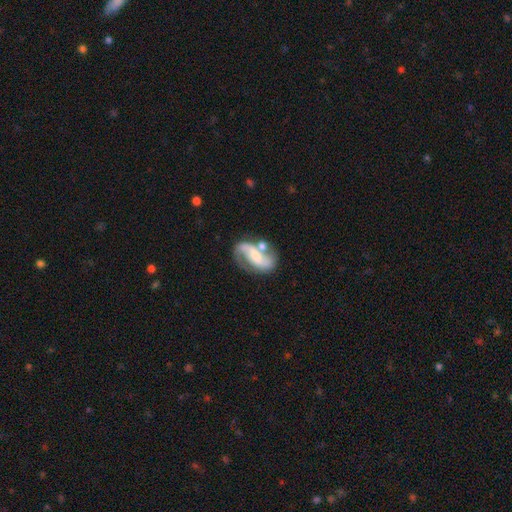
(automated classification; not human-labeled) Smooth or featured?
  - featured or disk: 79% *
  - smooth: 15%
  - star or artifact: 6%
Edge-on disk?
  - no: 97% *
  - yes: 3%
Bar?
  - strong: 39% *
  - weak: 34%
  - no: 27%
Spiral arms?
  - yes: 92% *
  - no: 8%
Spiral winding?
  - medium: 42% *
  - loose: 41%
  - tight: 17%
Spiral arm count?
  - 2: 84% *
  - 1: 9%
  - can't tell: 4%
  - 3: 1%
  - 4: 1%
  - more than 4: 1%
Bulge size?
  - small: 38% *
  - moderate: 36%
  - none: 14%
  - large: 10%
  - dominant: 2%
Merging?
  - none: 53% *
  - minor disturbance: 19%
  - merger: 16%
  - major disturbance: 13%